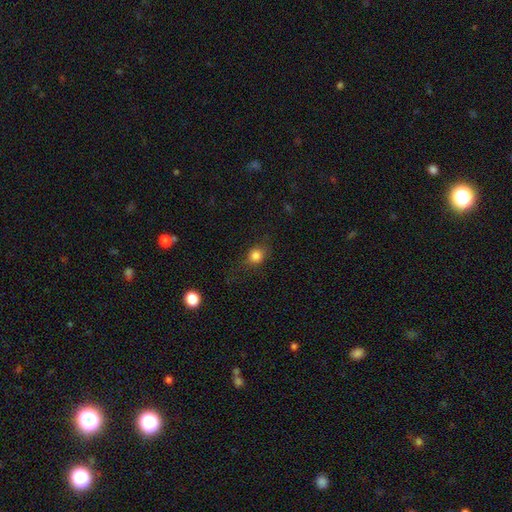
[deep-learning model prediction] Overall: smooth (79%). How rounded: round (70%). Merging: none (70%).